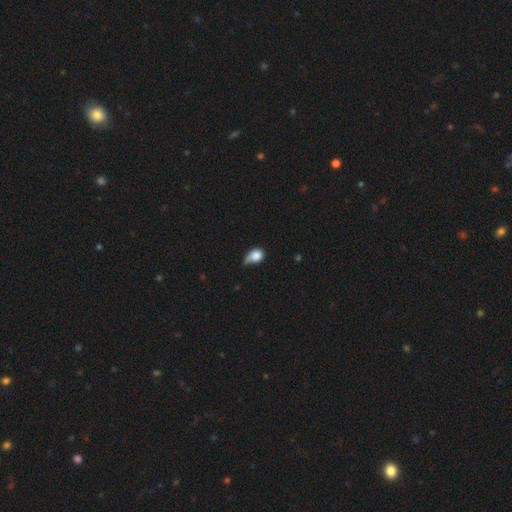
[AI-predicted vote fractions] A smooth galaxy with no disk features (79%) that is in between round and cigar-shaped (52%). Merging: minor disturbance (44%).